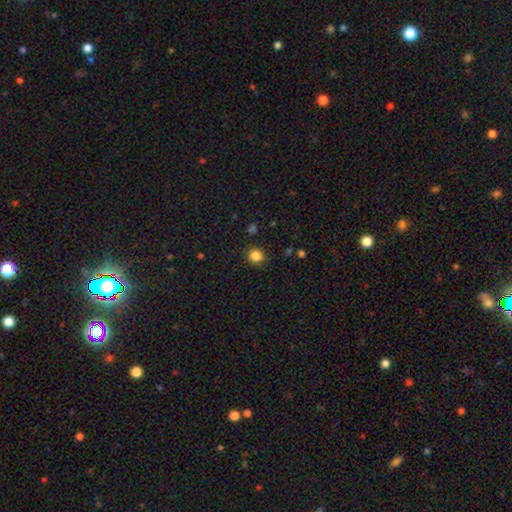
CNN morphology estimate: Overall: smooth (84%). How rounded: round (88%). Merging: none (91%).